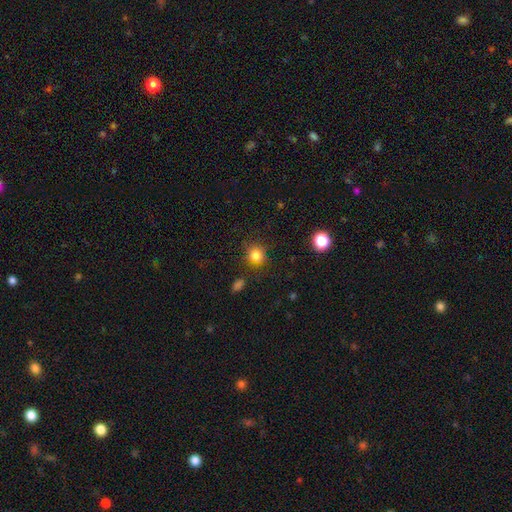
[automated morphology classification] smooth_or_featured: smooth (p=0.81) [alt: star or artifact p=0.14]
how_rounded: round (p=0.85) [alt: in between p=0.14]
merging: none (p=0.83) [alt: minor disturbance p=0.11]